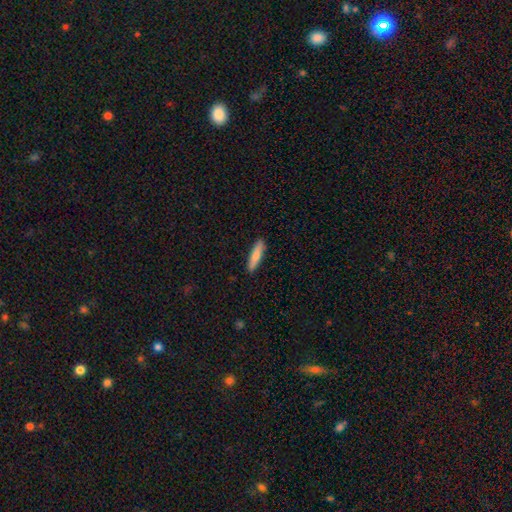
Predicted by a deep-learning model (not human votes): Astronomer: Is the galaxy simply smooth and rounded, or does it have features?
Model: smooth — 78%.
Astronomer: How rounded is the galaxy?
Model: cigar-shaped — 81%.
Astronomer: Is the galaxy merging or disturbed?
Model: none — 90%.